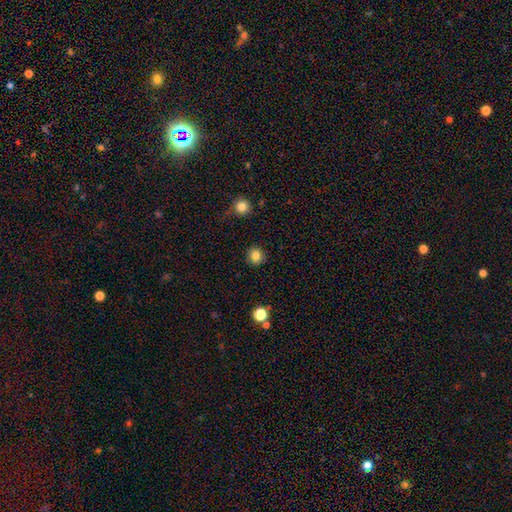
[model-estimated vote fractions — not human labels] Smooth or featured? Predicted: smooth (p=0.84). How rounded? Predicted: round (p=0.89). Merging? Predicted: none (p=0.90).